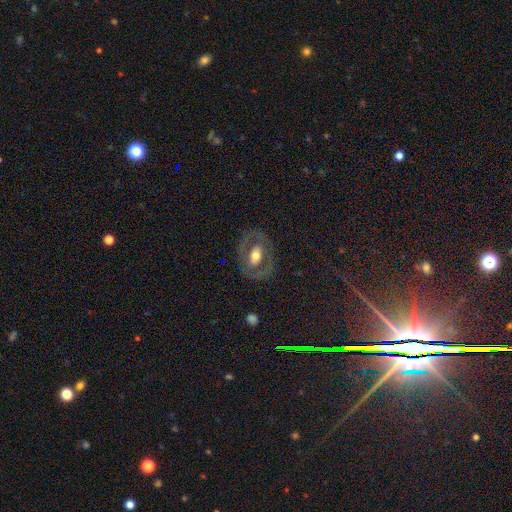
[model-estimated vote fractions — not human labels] Smooth or featured? Predicted: featured or disk (p=0.62). Edge-on disk? Predicted: no (p=0.93). Bar? Predicted: no (p=0.58). Spiral arms? Predicted: no (p=0.69). Bulge size? Predicted: moderate (p=0.62). Merging? Predicted: none (p=0.75).